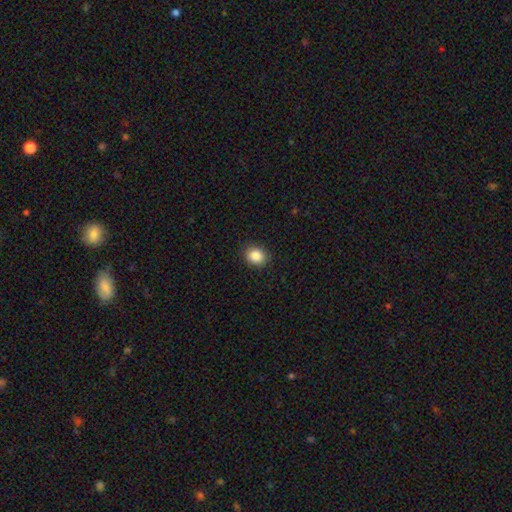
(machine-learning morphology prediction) Overall: smooth (87%). How rounded: round (62%; in between 37%). Merging: none (89%).